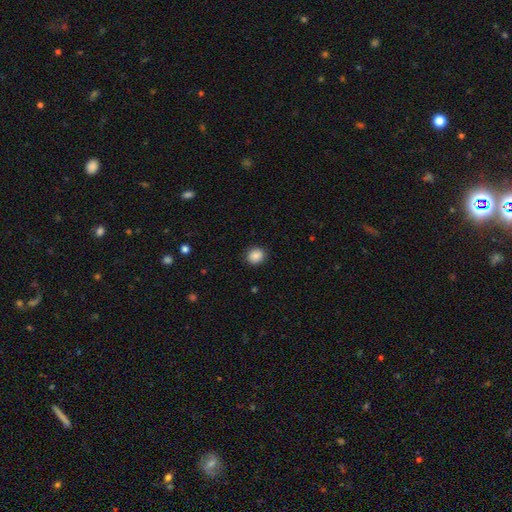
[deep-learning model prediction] This appears to be a smooth galaxy with no disk features (87%) that is round (81%). Merging: none (89%).